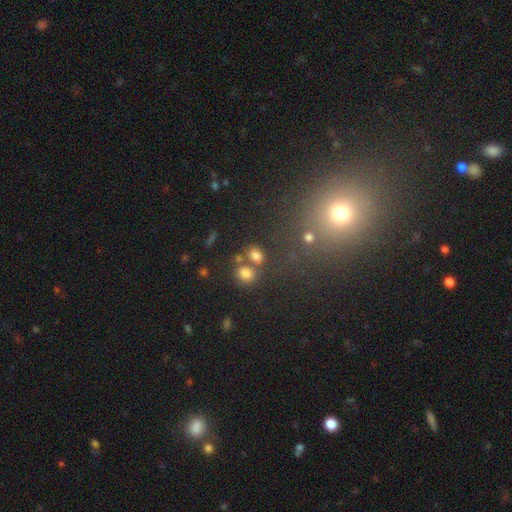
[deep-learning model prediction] The model was most divided on "how rounded": round: 60%, in between: 38%, cigar-shaped: 1%. More confident: smooth or featured — smooth (74%); merging — none (60%).